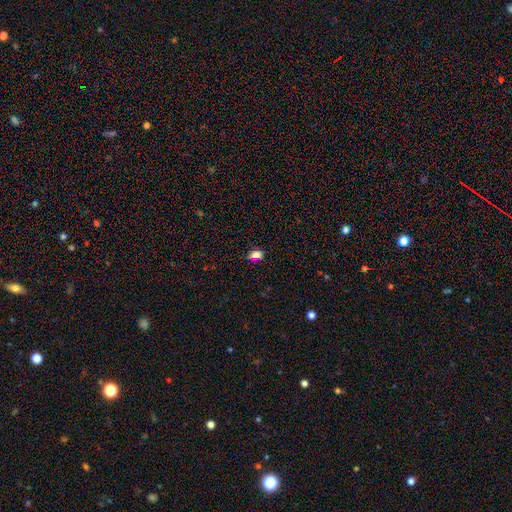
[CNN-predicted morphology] Smooth or featured? smooth (75%)
How rounded? in between (72%)
Merging? none (85%)